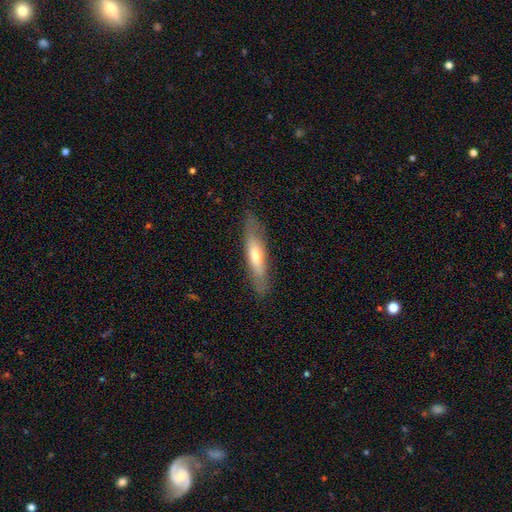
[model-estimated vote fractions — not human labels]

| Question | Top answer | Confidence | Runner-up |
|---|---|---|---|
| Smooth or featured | featured or disk | 47% | tied: smooth (47%) |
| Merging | none | 84% | minor disturbance (12%) |